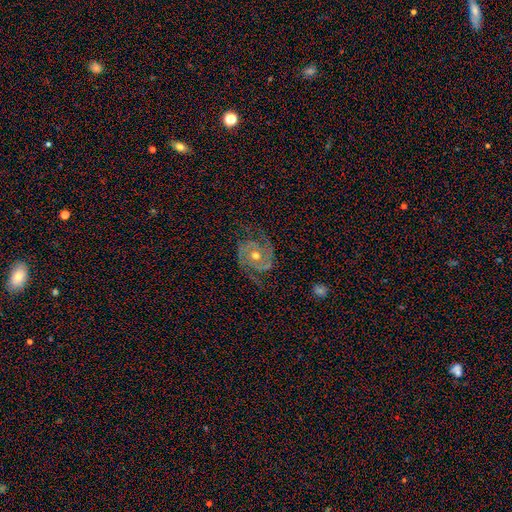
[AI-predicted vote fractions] A featured or disk galaxy (86%) with no bar (75%), 2 (83%) tight (44%, tied with medium) spiral arms (96%) and a moderate central bulge (73%).

Vote fractions:
- Smooth or featured? featured or disk: 86% / smooth: 7% / star or artifact: 7%
- Edge-on disk? no: 97% / yes: 3%
- Bar? no: 75% / weak: 19% / strong: 6%
- Spiral arms? yes: 96% / no: 4%
- Spiral winding? tight: 44% (tied) / medium: 44% (tied) / loose: 12%
- Spiral arm count? 2: 83% / 3: 5% / can't tell: 5% / 1: 2% / 4: 2% / more than 4: 2%
- Bulge size? moderate: 73% / small: 22% / large: 3% / none: 1% / dominant: 1%
- Merging? none: 74% / minor disturbance: 16% / major disturbance: 8% / merger: 1%